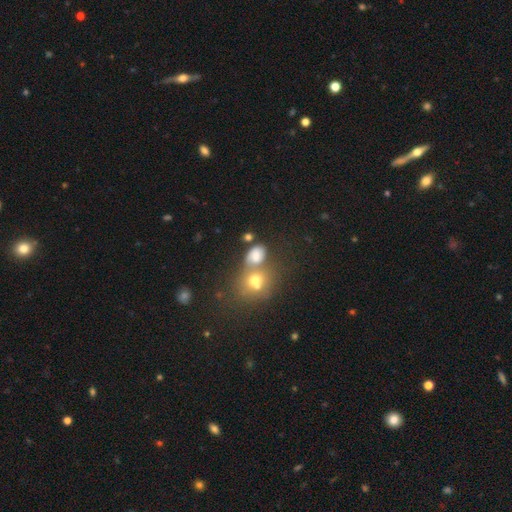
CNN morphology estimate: Overall: smooth (66%). How rounded: in between (60%; round 38%). Merging: merger (44%; none 33%).